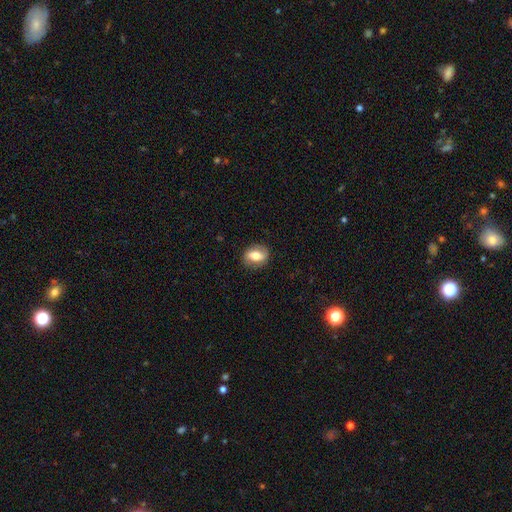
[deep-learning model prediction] Morphology: type=smooth (57%); roundness=in between (61%); merging=none (84%).